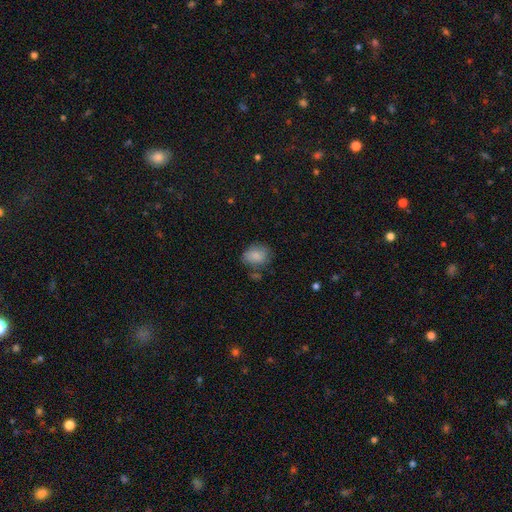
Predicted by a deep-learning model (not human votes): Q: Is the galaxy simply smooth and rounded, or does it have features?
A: smooth — 84%.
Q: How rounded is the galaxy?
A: in between — 62%.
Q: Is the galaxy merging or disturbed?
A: none — 65%.